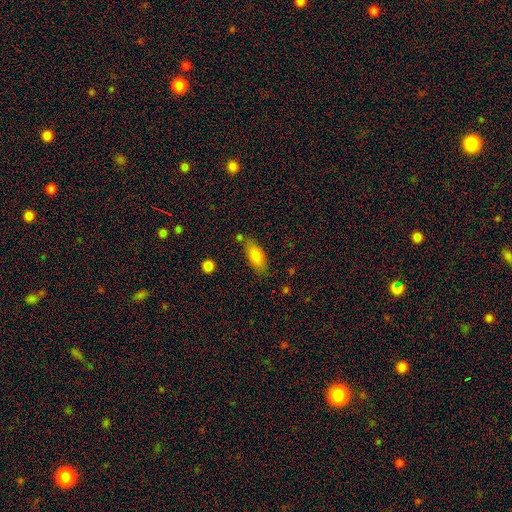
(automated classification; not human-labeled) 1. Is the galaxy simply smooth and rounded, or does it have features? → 78% smooth, 15% featured or disk, 7% star or artifact.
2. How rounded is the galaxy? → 84% in between, 13% cigar-shaped, 4% round.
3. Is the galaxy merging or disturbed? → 70% none, 18% minor disturbance, 8% merger, 5% major disturbance.